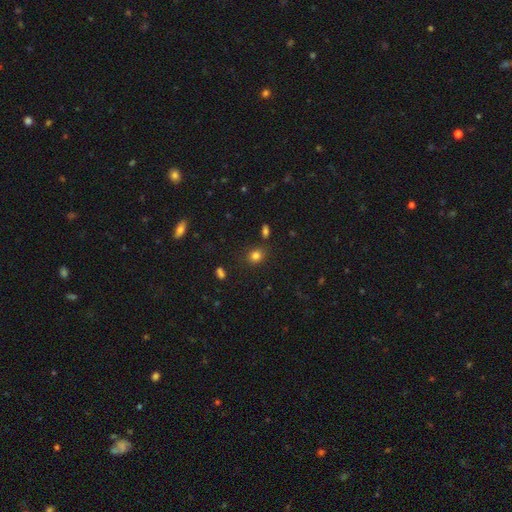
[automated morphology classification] type=smooth (80%); roundness=round (62%); merging=none (81%).